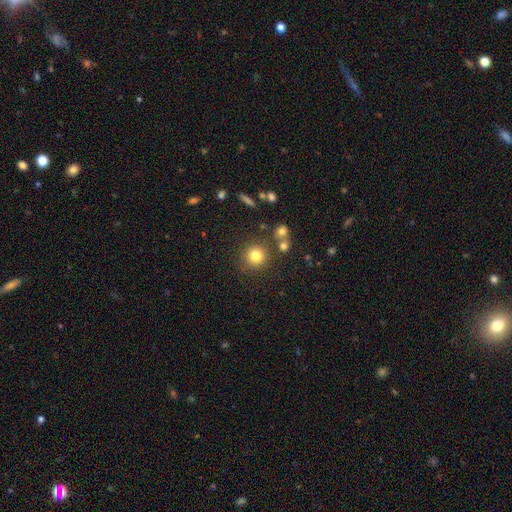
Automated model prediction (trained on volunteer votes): Smooth or featured? smooth (80%)
How rounded? round (93%)
Merging? none (81%)